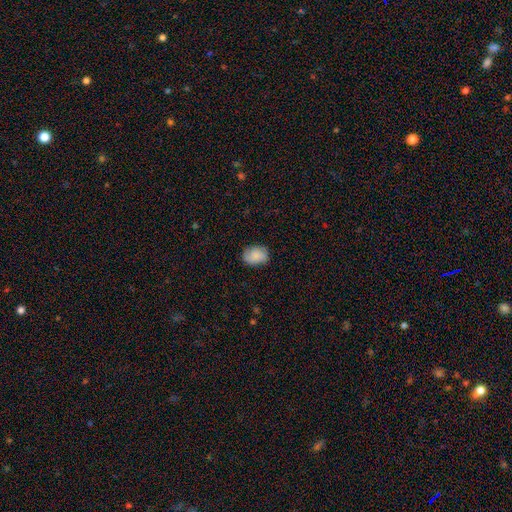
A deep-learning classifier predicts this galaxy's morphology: smooth-or-featured: smooth: 81% | featured or disk: 12% | star or artifact: 7%
  how-rounded: in between: 73% | round: 26% | cigar-shaped: 1%
  merging: none: 78% | minor disturbance: 17% | major disturbance: 4% | merger: 1%